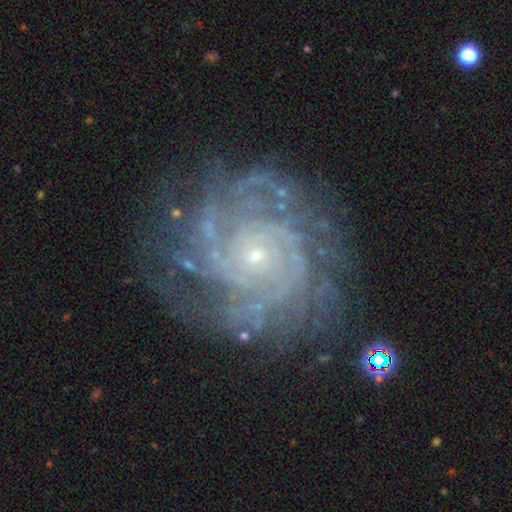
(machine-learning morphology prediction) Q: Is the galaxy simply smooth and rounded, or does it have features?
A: featured or disk — 89%.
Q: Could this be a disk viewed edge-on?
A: no — 98%.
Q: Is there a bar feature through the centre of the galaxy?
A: no — 82%.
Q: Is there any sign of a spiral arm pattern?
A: yes — 98%.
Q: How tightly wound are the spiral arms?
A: tight — 76%.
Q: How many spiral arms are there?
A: can't tell — 22%, tied with 4.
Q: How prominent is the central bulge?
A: small — 87%.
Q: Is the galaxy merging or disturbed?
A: none — 76%.